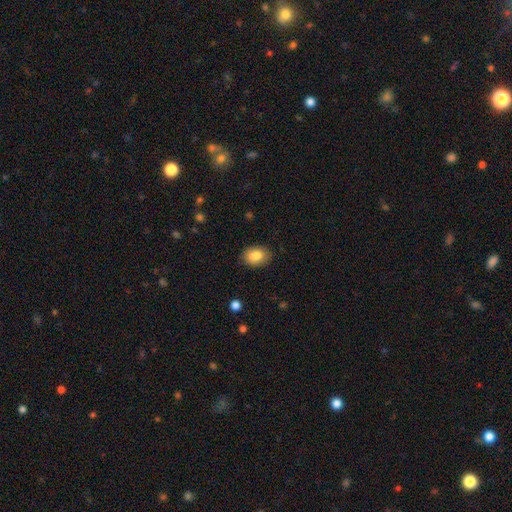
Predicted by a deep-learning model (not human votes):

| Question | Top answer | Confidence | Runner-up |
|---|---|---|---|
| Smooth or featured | smooth | 85% | featured or disk (8%) |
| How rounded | in between | 79% | round (20%) |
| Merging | none | 85% | minor disturbance (11%) |